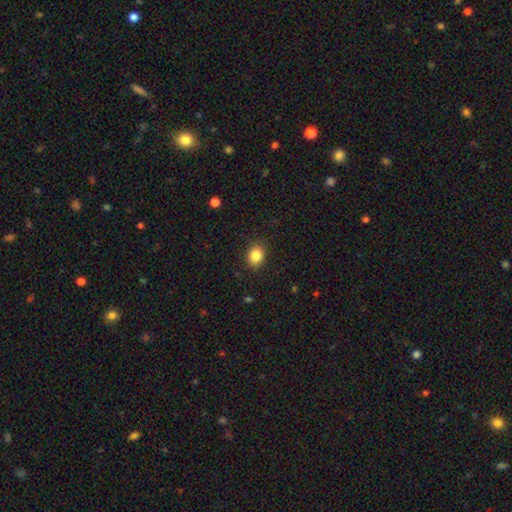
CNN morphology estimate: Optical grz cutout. It shows a smooth galaxy with no disk features (85%) that is round (50%). Merging: none (87%).